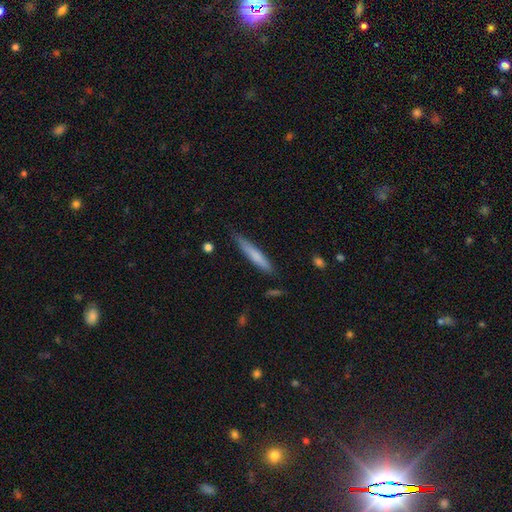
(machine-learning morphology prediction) Smooth or featured: smooth — 68% (featured or disk — 26%)
How rounded: cigar-shaped — 94% (in between — 5%)
Merging: none — 81% (minor disturbance — 15%)